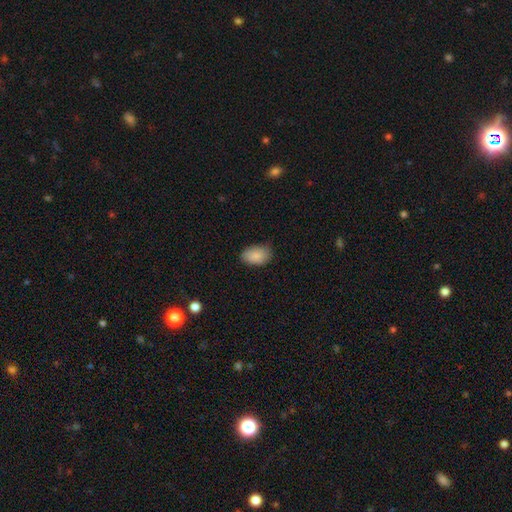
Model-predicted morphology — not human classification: Smooth or featured? smooth (86%)
How rounded? in between (89%)
Merging? none (75%)